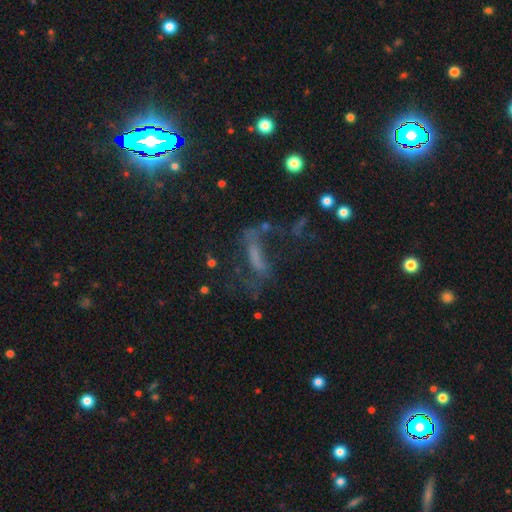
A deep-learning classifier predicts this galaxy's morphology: This appears to be a featured or disk galaxy (44%). Merging: none (41%).